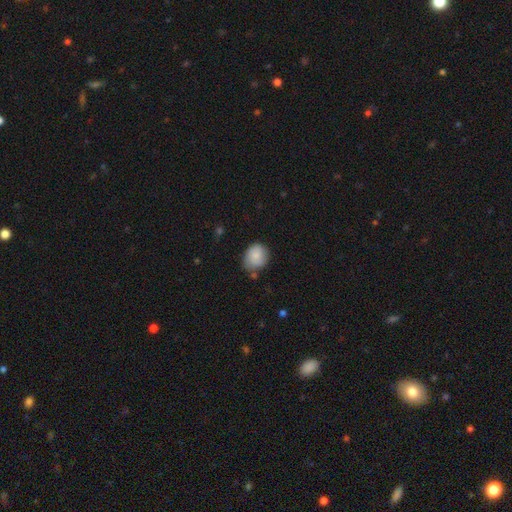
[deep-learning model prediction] Smooth or featured?
  - smooth: 82% *
  - featured or disk: 11%
  - star or artifact: 7%
How rounded?
  - round: 62% *
  - in between: 37%
  - cigar-shaped: 1%
Merging?
  - none: 63% *
  - minor disturbance: 27%
  - major disturbance: 5%
  - merger: 5%